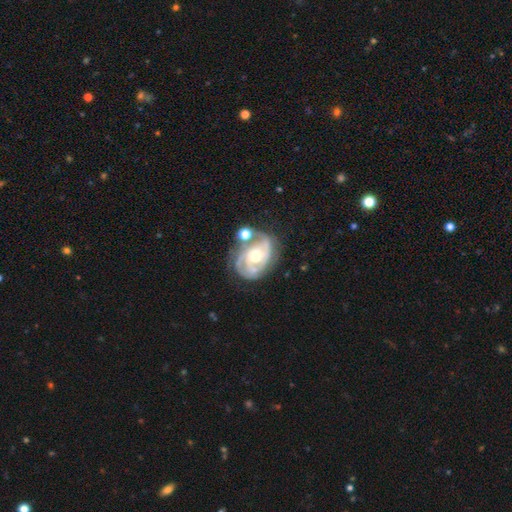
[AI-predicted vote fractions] Smooth or featured: featured or disk — 85% (smooth — 9%)
Edge-on disk: no — 97% (yes — 3%)
Bar: no — 70% (weak — 24%)
Spiral arms: yes — 94% (no — 6%)
Spiral winding: tight — 55% (medium — 36%)
Spiral arm count: 2 — 38% (3 — 28%)
Bulge size: moderate — 60% (small — 31%)
Merging: none — 52% (minor disturbance — 20%)